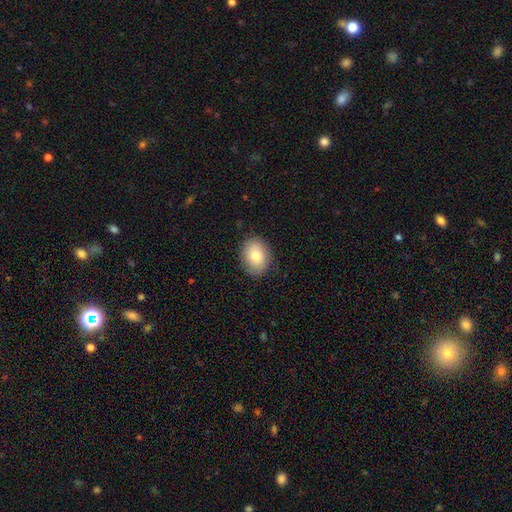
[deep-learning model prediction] smooth 79%, featured or disk 14%, star or artifact 8%. Down the decision tree: how rounded — in between (62%); merging — none (86%).